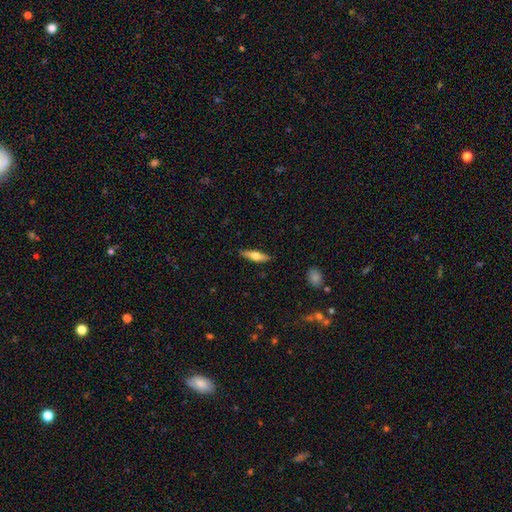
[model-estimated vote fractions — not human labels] This is possibly a smooth galaxy (50%). Merging: clearly none (88%).